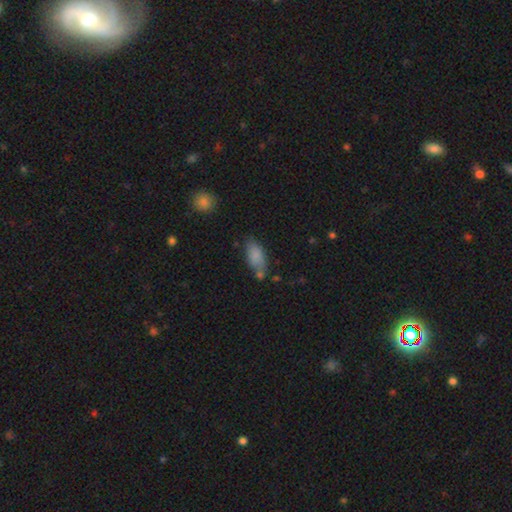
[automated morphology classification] A smooth galaxy with no disk features (83%) that is in between round and cigar-shaped (86%).

Vote fractions:
- Smooth or featured? smooth: 83% / featured or disk: 9% / star or artifact: 8%
- How rounded? in between: 86% / cigar-shaped: 11% / round: 3%
- Merging? none: 57% / minor disturbance: 24% / merger: 13% / major disturbance: 7%